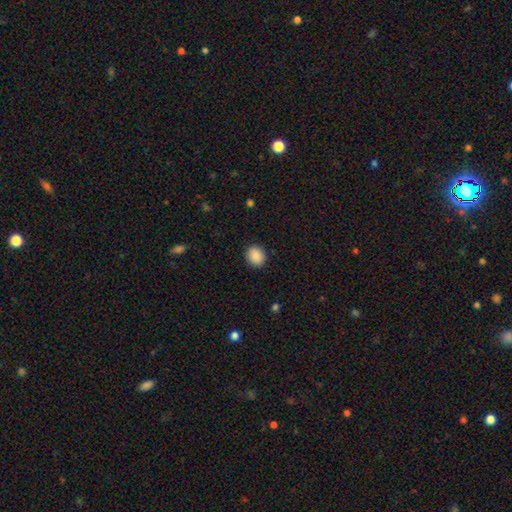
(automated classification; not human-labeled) smooth_or_featured: smooth (p=0.89) [alt: star or artifact p=0.08]
how_rounded: round (p=0.65) [alt: in between p=0.34]
merging: none (p=0.90) [alt: minor disturbance p=0.06]